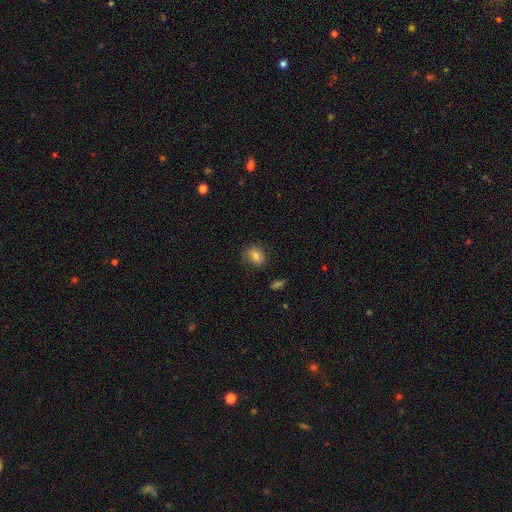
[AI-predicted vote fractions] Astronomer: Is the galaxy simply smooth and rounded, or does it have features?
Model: smooth — 79%.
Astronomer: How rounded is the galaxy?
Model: in between — 55% (runner-up: round, 43%).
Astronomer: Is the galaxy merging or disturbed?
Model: none — 76%.